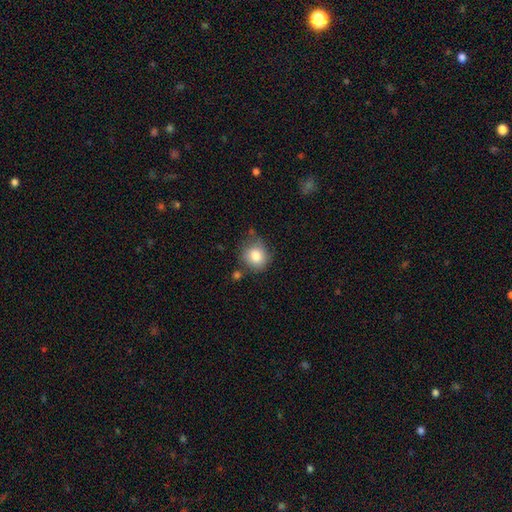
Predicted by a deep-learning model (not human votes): Overall: smooth (82%). How rounded: round (84%). Merging: none (68%).